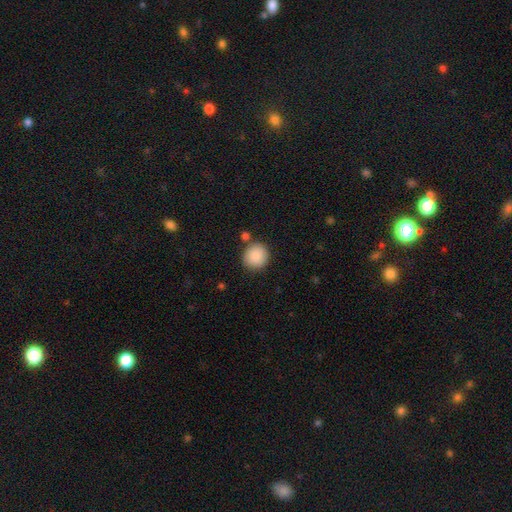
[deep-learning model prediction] Smooth or featured?
  - smooth: 89% *
  - star or artifact: 7%
  - featured or disk: 4%
How rounded?
  - round: 91% *
  - in between: 9%
  - cigar-shaped: 1%
Merging?
  - none: 82% *
  - minor disturbance: 9%
  - merger: 6%
  - major disturbance: 3%